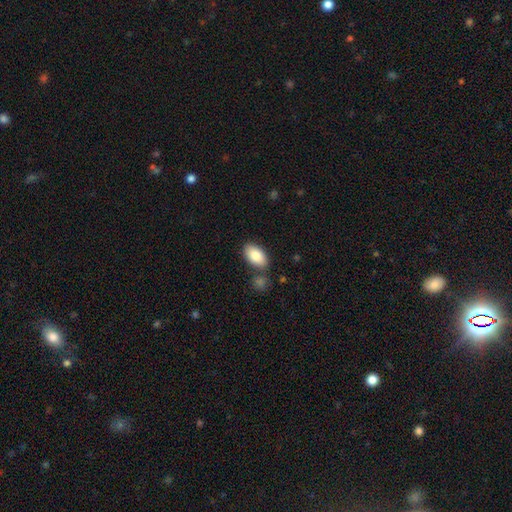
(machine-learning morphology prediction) This is clearly a smooth galaxy (85%). How rounded: clearly in between (94%). Merging: likely none (76%).